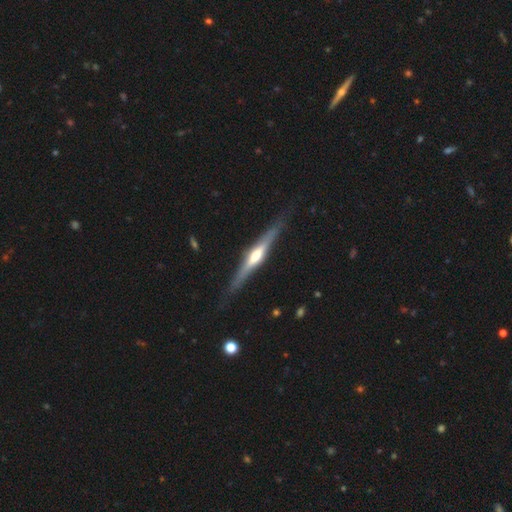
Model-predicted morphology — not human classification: type=featured or disk (72%); edge-on=yes (96%); edge-on bulge=rounded (77%); merging=none (84%).